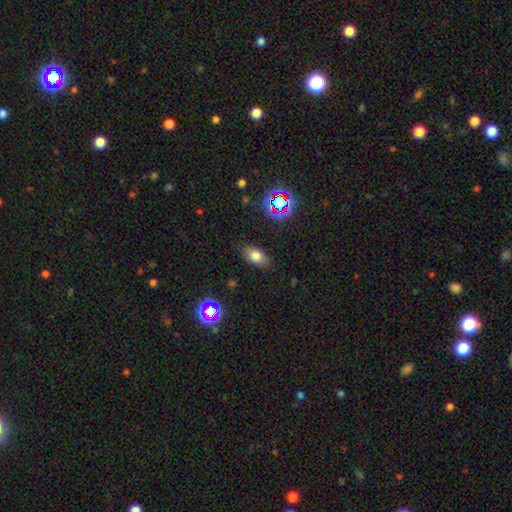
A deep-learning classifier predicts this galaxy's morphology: A smooth galaxy with no disk features (74%) that is in between round and cigar-shaped (88%).

Vote fractions:
- Smooth or featured? smooth: 74% / star or artifact: 14% / featured or disk: 11%
- How rounded? in between: 88% / round: 9% / cigar-shaped: 3%
- Merging? none: 83% / minor disturbance: 12% / major disturbance: 3% / merger: 1%